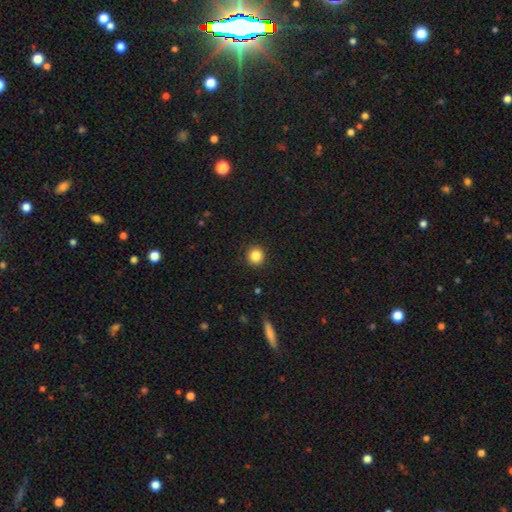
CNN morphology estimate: Smooth or featured?
  - smooth: 85% *
  - star or artifact: 10%
  - featured or disk: 5%
How rounded?
  - round: 92% *
  - in between: 8%
  - cigar-shaped: 1%
Merging?
  - none: 91% *
  - minor disturbance: 6%
  - major disturbance: 2%
  - merger: 1%